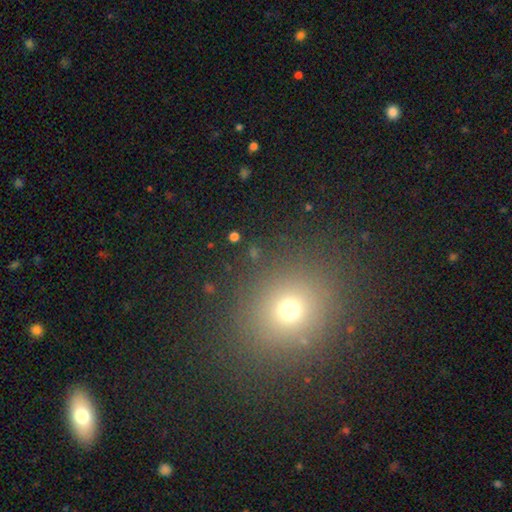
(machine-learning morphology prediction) Smooth or featured: smooth — 61% (star or artifact — 30%)
How rounded: round — 81% (in between — 17%)
Merging: none — 85% (minor disturbance — 8%)